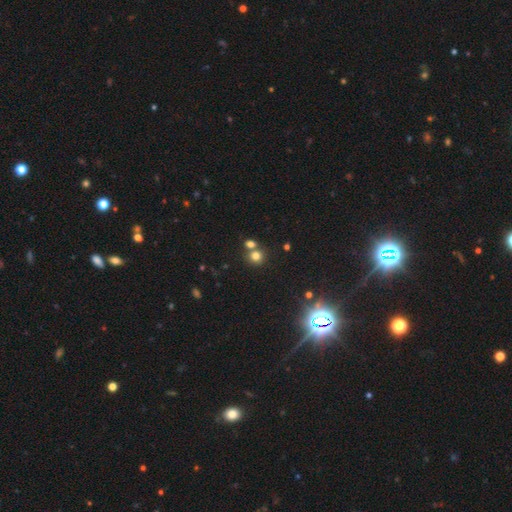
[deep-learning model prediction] A smooth galaxy with no disk features (76%) that is round (85%).

Vote fractions:
- Smooth or featured? smooth: 76% / star or artifact: 16% / featured or disk: 8%
- How rounded? round: 85% / in between: 14% / cigar-shaped: 1%
- Merging? none: 59% / merger: 31% / minor disturbance: 7% / major disturbance: 3%